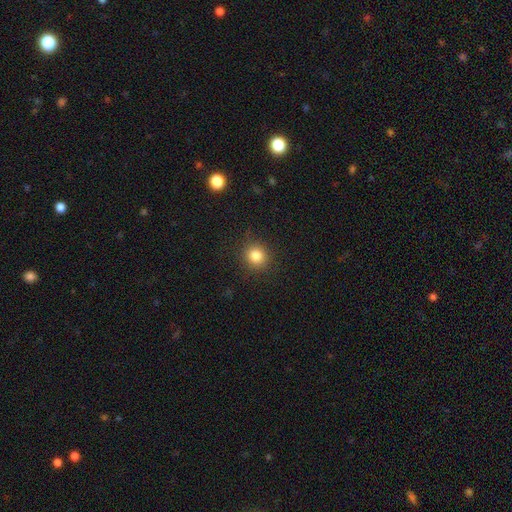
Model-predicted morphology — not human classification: smooth-or-featured: smooth: 83% | star or artifact: 12% | featured or disk: 6%
  how-rounded: round: 89% | in between: 10% | cigar-shaped: 1%
  merging: none: 89% | minor disturbance: 7% | major disturbance: 2% | merger: 1%